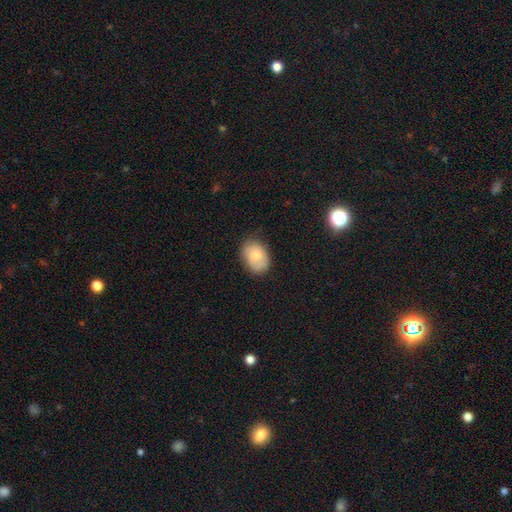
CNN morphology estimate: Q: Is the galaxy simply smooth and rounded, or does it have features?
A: smooth — 77%.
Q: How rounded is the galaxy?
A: in between — 75%.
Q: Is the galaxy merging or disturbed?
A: none — 73%.